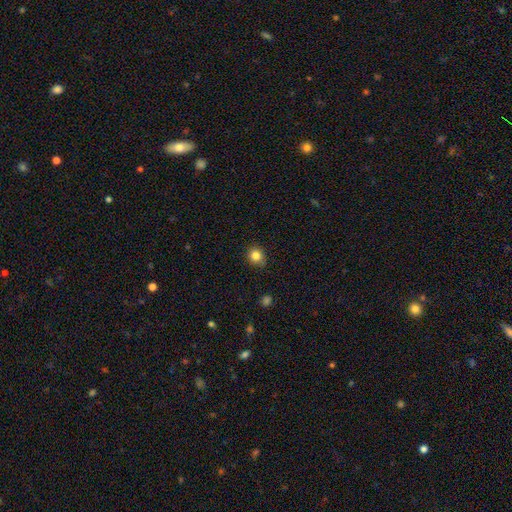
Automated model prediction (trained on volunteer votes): This is clearly a smooth galaxy (83%). How rounded: clearly round (81%). Merging: clearly none (83%).